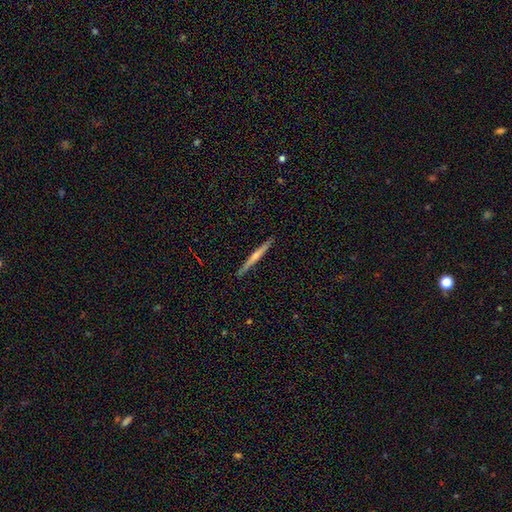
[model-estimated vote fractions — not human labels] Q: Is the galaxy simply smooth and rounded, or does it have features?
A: featured or disk — 62%.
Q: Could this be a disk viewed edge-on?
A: yes — 98%.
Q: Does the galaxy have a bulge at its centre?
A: rounded — 58%.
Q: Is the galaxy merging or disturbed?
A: none — 92%.